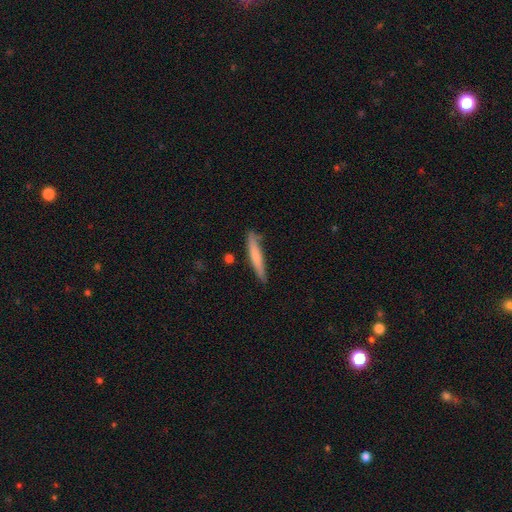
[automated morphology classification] This is likely a smooth galaxy (69%). How rounded: clearly cigar-shaped (94%). Merging: likely none (80%).